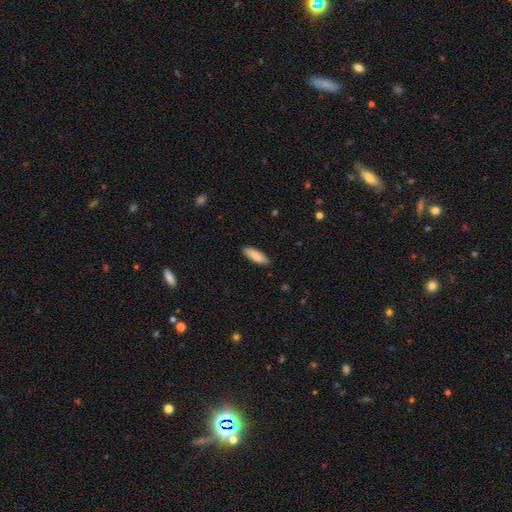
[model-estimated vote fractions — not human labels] Morphology: type=smooth (87%); roundness=in between (56%); merging=none (88%).